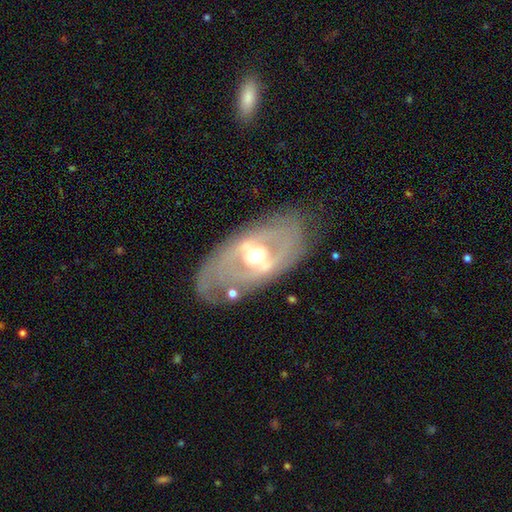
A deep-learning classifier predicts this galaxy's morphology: Smooth or featured?
  - featured or disk: 78% *
  - smooth: 16%
  - star or artifact: 5%
Edge-on disk?
  - no: 90% *
  - yes: 10%
Bar?
  - strong: 37% *
  - weak: 36%
  - no: 27%
Spiral arms?
  - yes: 53% *
  - no: 47%
Bulge size?
  - moderate: 71% *
  - small: 17%
  - large: 10%
  - dominant: 1%
  - none: 1%
Merging?
  - none: 74% *
  - minor disturbance: 15%
  - major disturbance: 8%
  - merger: 3%